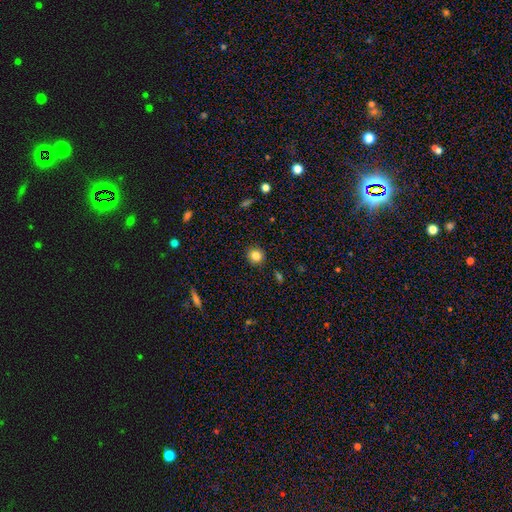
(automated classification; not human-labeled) Q: Smooth or featured?
A: smooth (83%); runner-up: star or artifact (11%)
Q: How rounded?
A: round (89%); runner-up: in between (10%)
Q: Merging?
A: none (91%); runner-up: minor disturbance (6%)